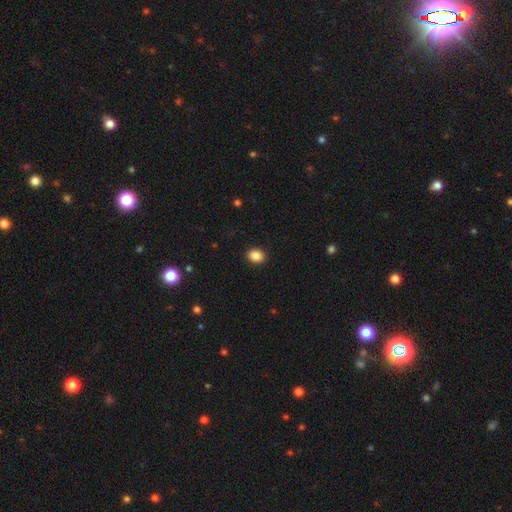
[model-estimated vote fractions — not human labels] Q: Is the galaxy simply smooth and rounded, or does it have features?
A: smooth — 88%.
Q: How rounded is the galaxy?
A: round — 54%.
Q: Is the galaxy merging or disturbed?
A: none — 91%.